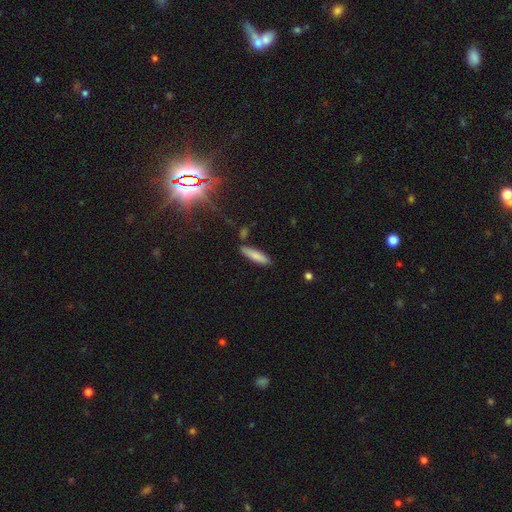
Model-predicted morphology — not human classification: Smooth or featured? Predicted: smooth (p=0.80). How rounded? Predicted: cigar-shaped (p=0.76). Merging? Predicted: none (p=0.81).